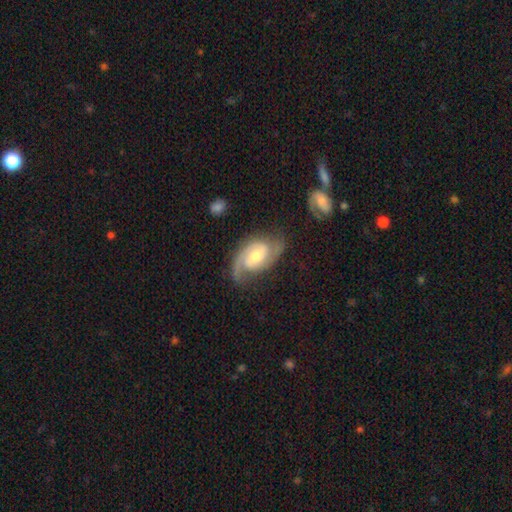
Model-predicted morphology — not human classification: This appears to be a featured or disk galaxy (87%) with no bar (45%), 2 (87%) medium (50%) spiral arms (97%) and a moderate central bulge (69%). Merging: none (72%).